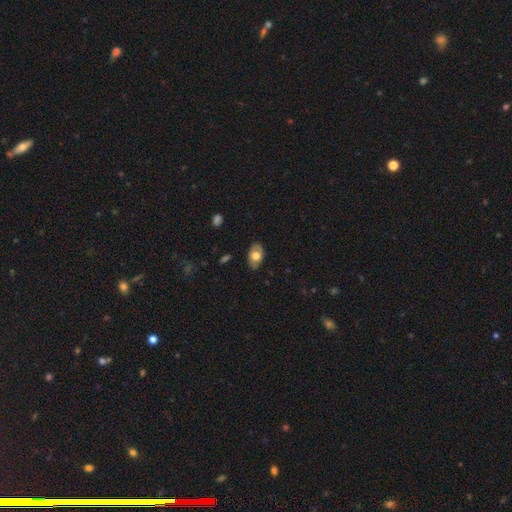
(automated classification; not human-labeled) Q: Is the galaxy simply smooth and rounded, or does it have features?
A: smooth — 62%.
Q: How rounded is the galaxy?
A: in between — 89%.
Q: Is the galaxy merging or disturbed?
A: none — 83%.